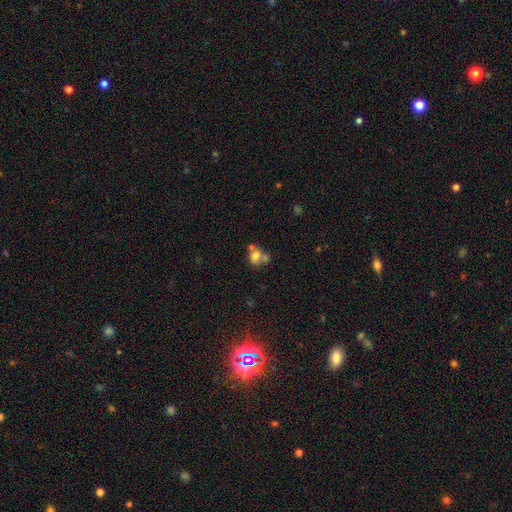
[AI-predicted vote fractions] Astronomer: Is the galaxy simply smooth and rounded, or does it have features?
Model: smooth — 69%.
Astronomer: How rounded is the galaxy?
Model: in between — 50% (runner-up: round, 48%).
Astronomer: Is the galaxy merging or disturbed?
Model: merger — 50% (runner-up: none, 31%).